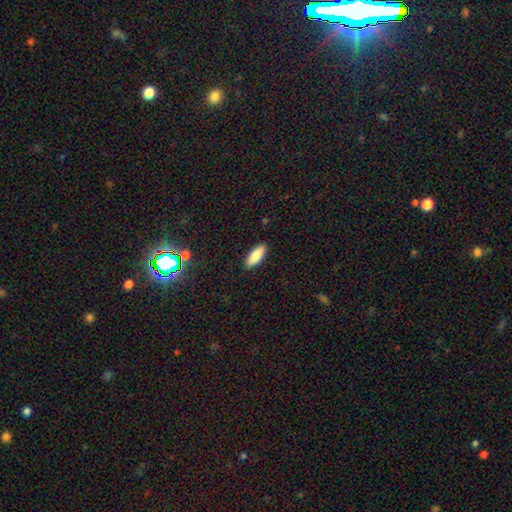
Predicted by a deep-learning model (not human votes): Smooth or featured?
  - smooth: 84% *
  - featured or disk: 10%
  - star or artifact: 7%
How rounded?
  - in between: 73% *
  - cigar-shaped: 26%
  - round: 2%
Merging?
  - none: 89% *
  - minor disturbance: 8%
  - major disturbance: 2%
  - merger: 1%